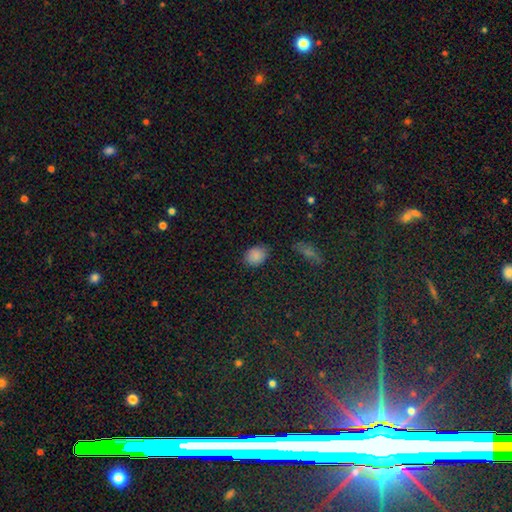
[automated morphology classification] This is clearly a smooth galaxy (85%). How rounded: likely in between (62%). Merging: likely none (79%).